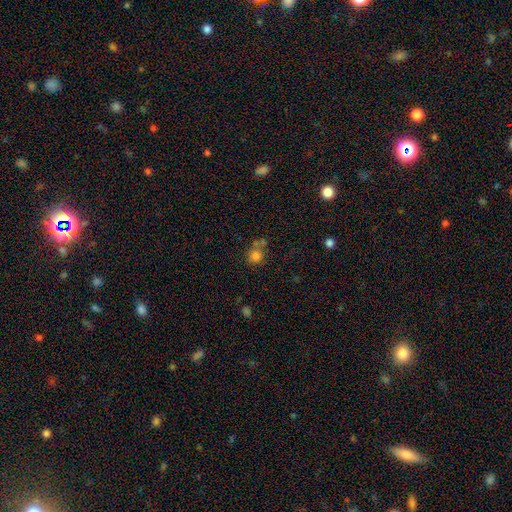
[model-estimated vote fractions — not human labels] Smooth or featured? smooth (78%)
How rounded? round (86%)
Merging? none (55%)